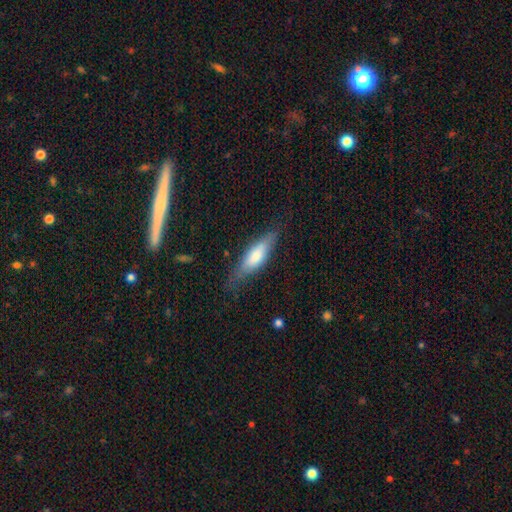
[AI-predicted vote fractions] This is possibly a smooth galaxy (58%). How rounded: possibly cigar-shaped (58%). Merging: likely none (74%).